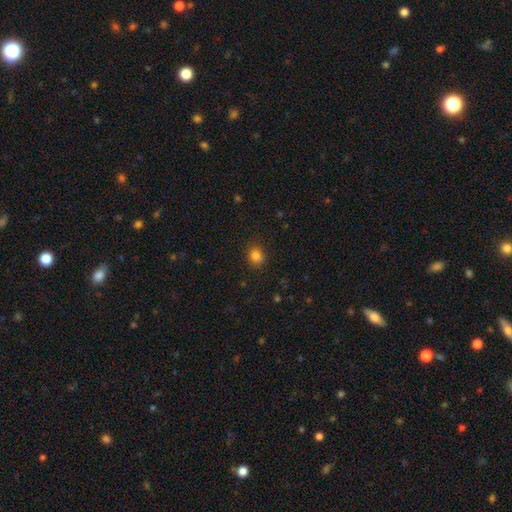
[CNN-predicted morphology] A smooth galaxy with no disk features (83%) that is round (68%).

Vote fractions:
- Smooth or featured? smooth: 83% / star or artifact: 13% / featured or disk: 5%
- How rounded? round: 68% / in between: 32% / cigar-shaped: 1%
- Merging? none: 86% / minor disturbance: 10% / major disturbance: 3% / merger: 1%